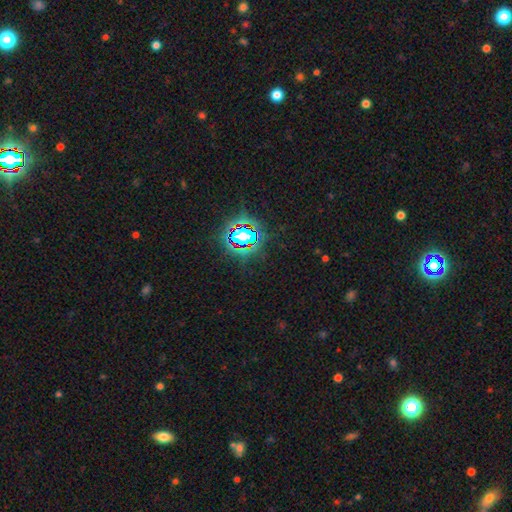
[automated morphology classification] Smooth or featured: star or artifact — 79% (smooth — 13%)